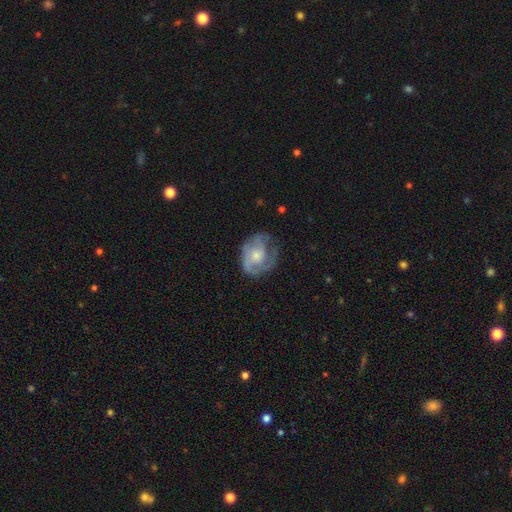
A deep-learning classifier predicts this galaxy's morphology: This appears to be a featured or disk galaxy (60%) with no bar (76%), spiral arms (71%) and a small central bulge (46%). Merging: none (48%).